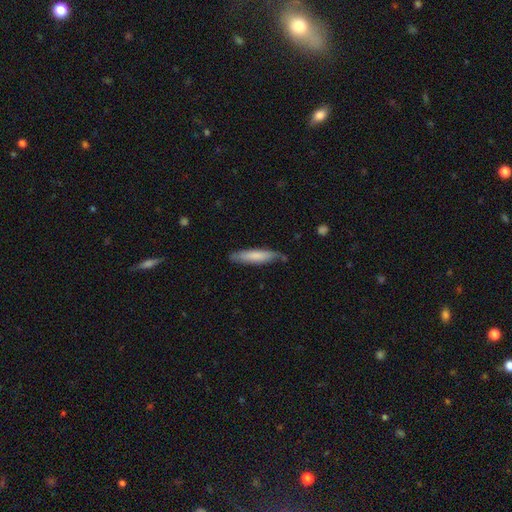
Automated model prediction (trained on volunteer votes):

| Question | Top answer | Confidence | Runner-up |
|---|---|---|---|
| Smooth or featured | smooth | 75% | featured or disk (20%) |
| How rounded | cigar-shaped | 82% | in between (17%) |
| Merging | none | 76% | minor disturbance (19%) |